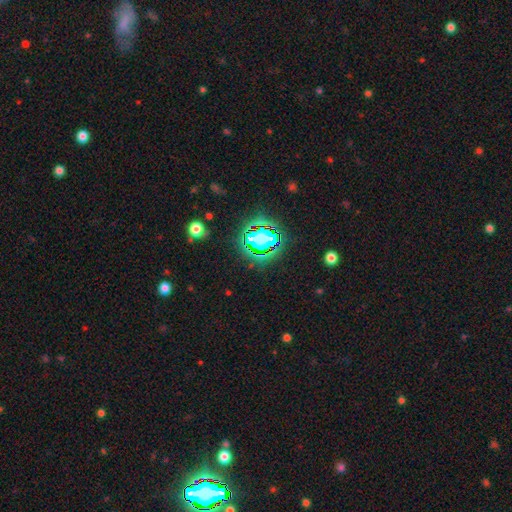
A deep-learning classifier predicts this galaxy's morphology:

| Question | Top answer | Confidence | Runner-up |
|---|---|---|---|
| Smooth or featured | star or artifact | 81% | smooth (11%) |